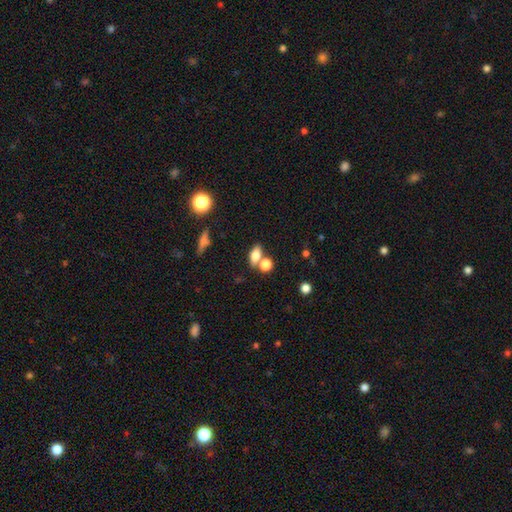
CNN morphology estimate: Smooth or featured: smooth — 75% (featured or disk — 14%)
How rounded: in between — 74% (round — 18%)
Merging: none — 54% (merger — 31%)